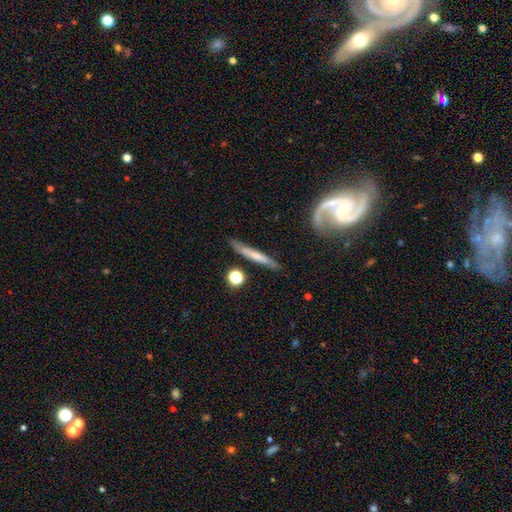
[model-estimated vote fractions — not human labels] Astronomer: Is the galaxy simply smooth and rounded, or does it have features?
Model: smooth — 51% (runner-up: featured or disk, 43%).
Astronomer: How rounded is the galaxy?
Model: cigar-shaped — 92%.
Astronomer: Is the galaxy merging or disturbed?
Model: none — 81%.